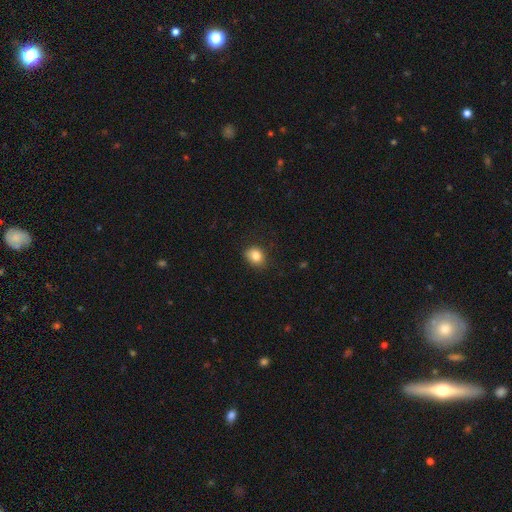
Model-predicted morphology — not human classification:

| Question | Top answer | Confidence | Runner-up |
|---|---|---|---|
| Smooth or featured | smooth | 84% | star or artifact (10%) |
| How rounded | in between | 50% | round (49%) |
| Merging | none | 79% | minor disturbance (16%) |